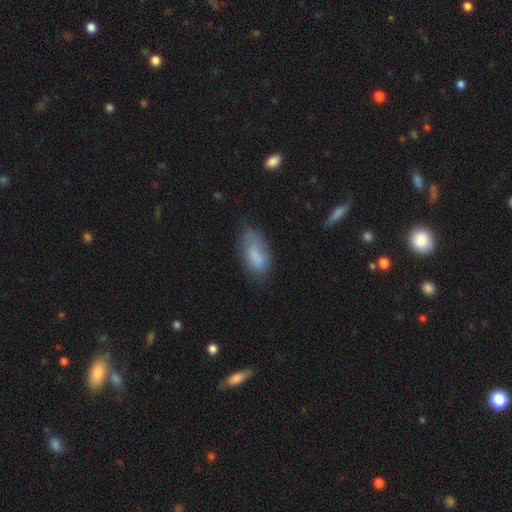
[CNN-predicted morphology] This appears to be a smooth galaxy with no disk features (76%) that is in between round and cigar-shaped (87%). Merging: none (52%).